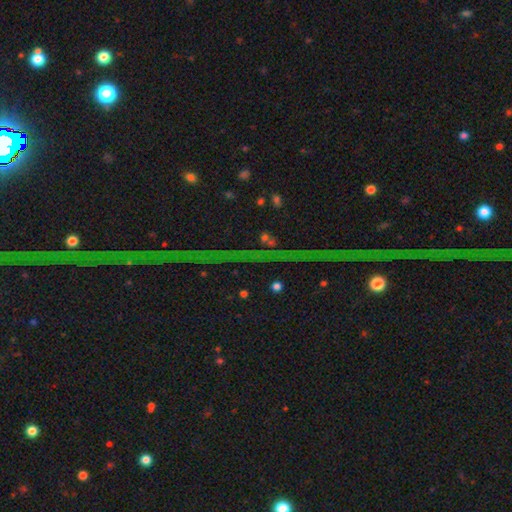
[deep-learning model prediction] star or artifact 84%, featured or disk 9%, smooth 7%.